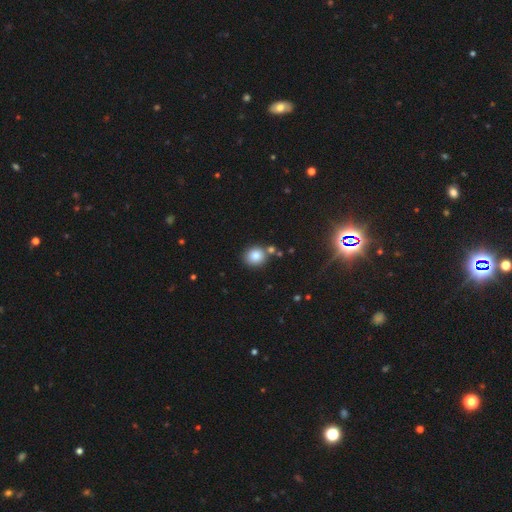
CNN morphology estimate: type=smooth (83%); roundness=round (83%); merging=none (74%).